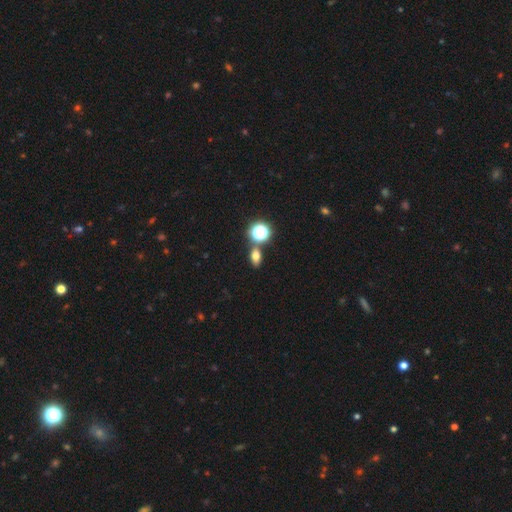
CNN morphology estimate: This appears to be a smooth galaxy with no disk features (68%) that is in between round and cigar-shaped (73%). Merging: none (76%).